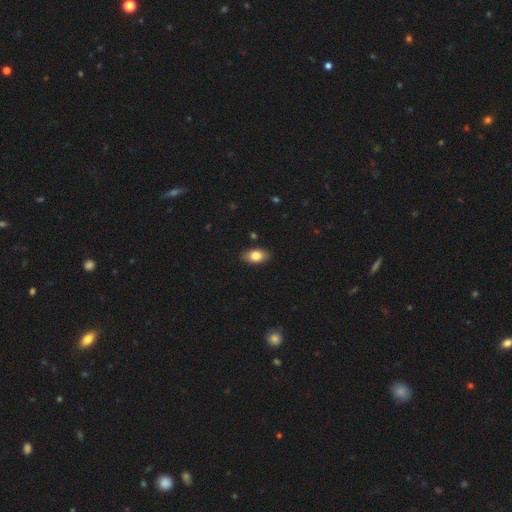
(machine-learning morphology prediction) A smooth galaxy with no disk features (82%) that is in between round and cigar-shaped (91%).

Vote fractions:
- Smooth or featured? smooth: 82% / featured or disk: 10% / star or artifact: 8%
- How rounded? in between: 91% / round: 7% / cigar-shaped: 2%
- Merging? none: 88% / minor disturbance: 9% / major disturbance: 2% / merger: 1%